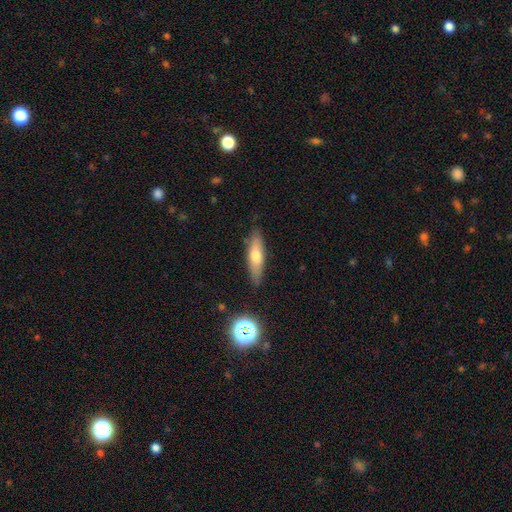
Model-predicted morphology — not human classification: This is possibly a smooth galaxy (60%). How rounded: likely cigar-shaped (64%). Merging: clearly none (85%).